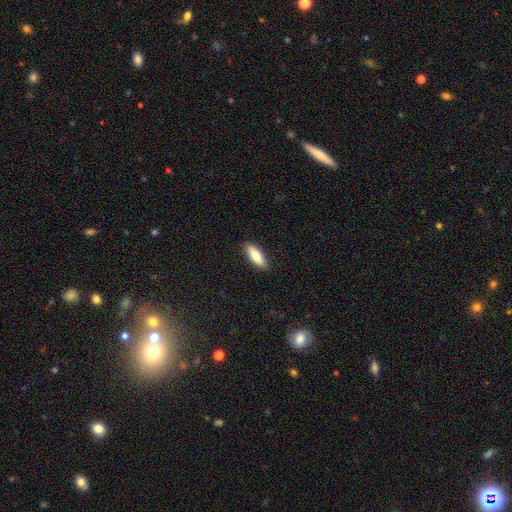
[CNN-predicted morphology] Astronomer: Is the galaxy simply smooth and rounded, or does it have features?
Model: smooth — 80%.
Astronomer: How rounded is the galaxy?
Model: in between — 52% (runner-up: cigar-shaped, 46%).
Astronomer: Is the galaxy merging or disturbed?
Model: none — 88%.